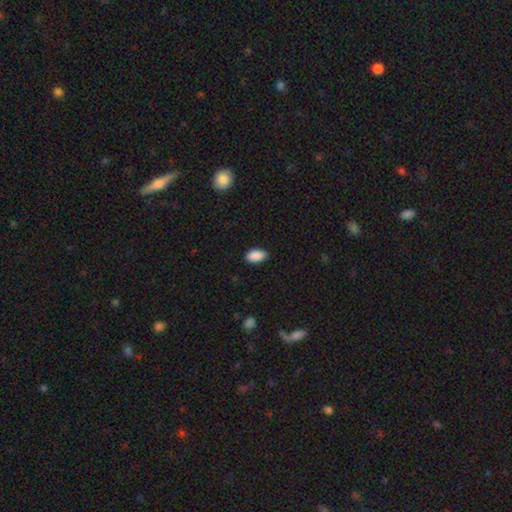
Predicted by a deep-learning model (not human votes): Q: Smooth or featured?
A: smooth (89%); runner-up: star or artifact (7%)
Q: How rounded?
A: in between (94%); runner-up: round (4%)
Q: Merging?
A: none (85%); runner-up: minor disturbance (12%)